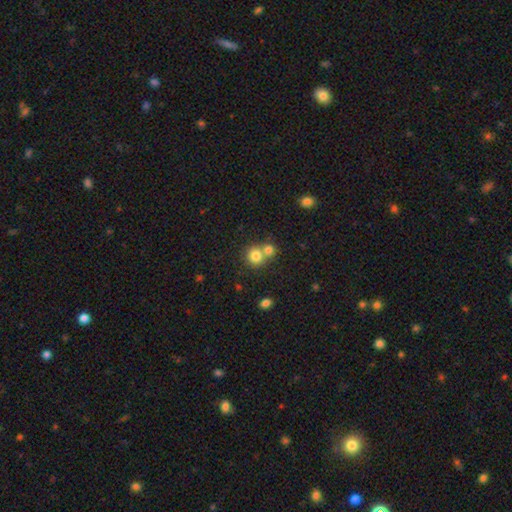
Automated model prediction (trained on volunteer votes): Smooth or featured: smooth — 80% (star or artifact — 11%)
How rounded: round — 86% (in between — 13%)
Merging: merger — 47% (none — 45%)